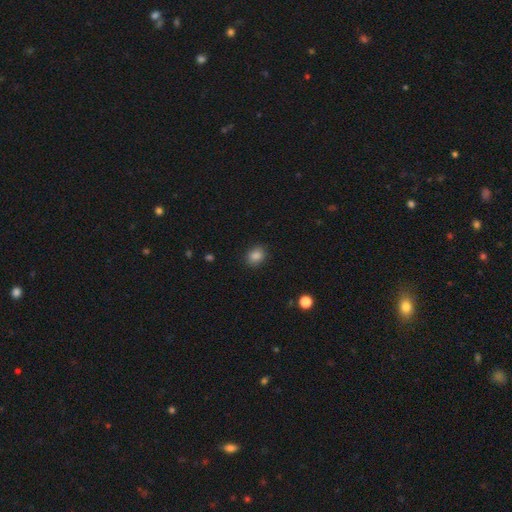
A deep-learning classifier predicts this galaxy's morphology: Q: Smooth or featured?
A: smooth (85%); runner-up: star or artifact (10%)
Q: How rounded?
A: in between (50%); runner-up: round (49%)
Q: Merging?
A: none (87%); runner-up: minor disturbance (9%)